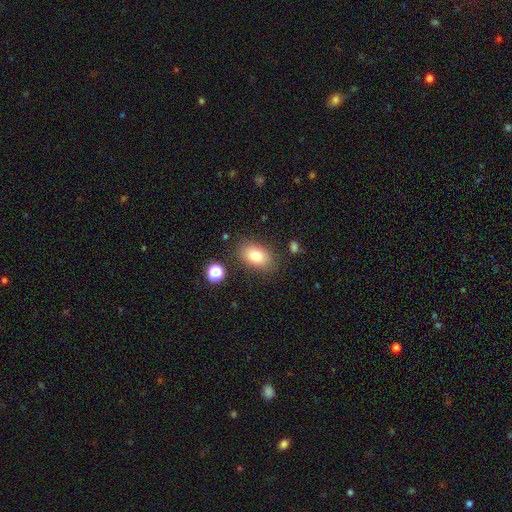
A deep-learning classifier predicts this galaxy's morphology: A smooth galaxy with no disk features (80%) that is in between round and cigar-shaped (87%). Merging: none (82%).